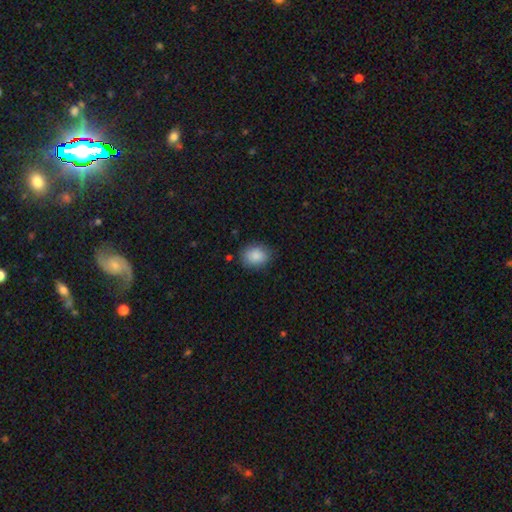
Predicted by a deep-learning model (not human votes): The model was most divided on "how rounded": in between: 58%, round: 41%, cigar-shaped: 1%. More confident: smooth or featured — smooth (88%); merging — none (83%).